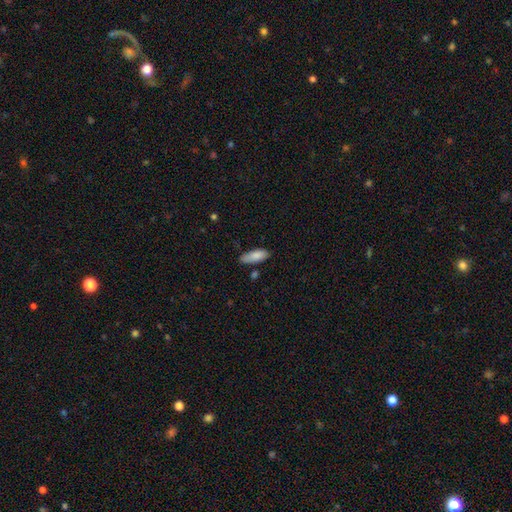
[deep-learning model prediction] smooth 86%, featured or disk 8%, star or artifact 6%. Down the decision tree: how rounded — in between (69%); merging — none (72%).